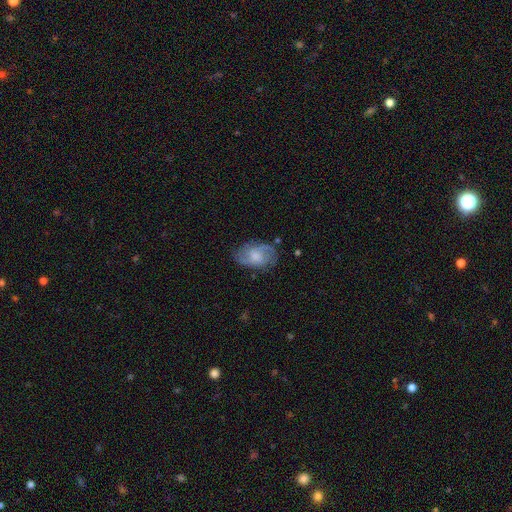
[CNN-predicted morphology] smooth_or_featured: featured or disk (p=0.62) [alt: smooth p=0.31]
disk_edge_on: no (p=0.97) [alt: yes p=0.03]
bar: no (p=0.58) [alt: weak p=0.37]
has_spiral_arms: yes (p=0.88) [alt: no p=0.12]
spiral_winding: medium (p=0.48) [alt: tight p=0.27]
spiral_arm_count: 2 (p=0.59) [alt: can't tell p=0.19]
bulge_size: moderate (p=0.40) [alt: small p=0.29]
merging: none (p=0.69) [alt: minor disturbance p=0.21]